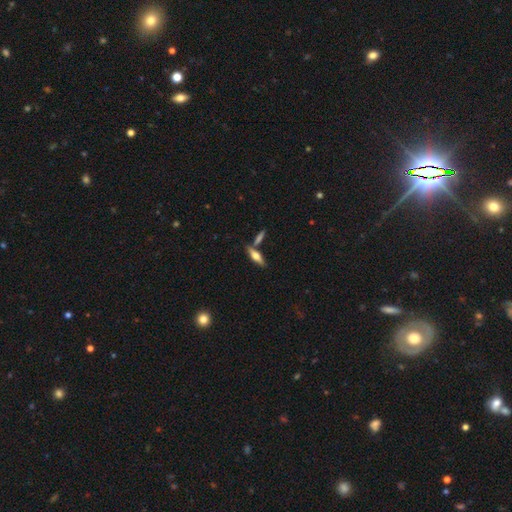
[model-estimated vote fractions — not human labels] This is possibly a featured or disk galaxy (51%). It is clearly viewed edge-on (93%). Merging: likely none (73%).